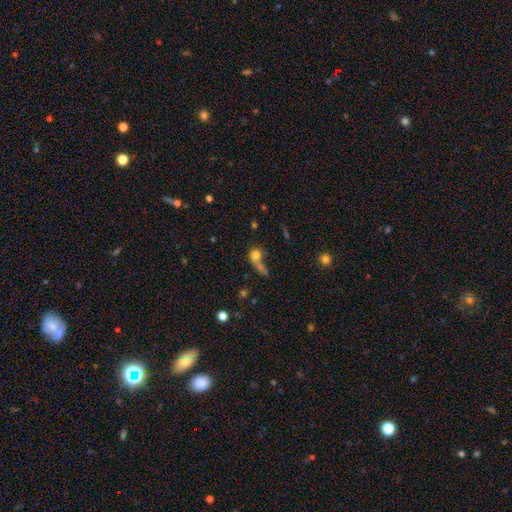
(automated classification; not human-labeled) A smooth galaxy with no disk features (72%) that is round (69%). Merging: merger (40%).